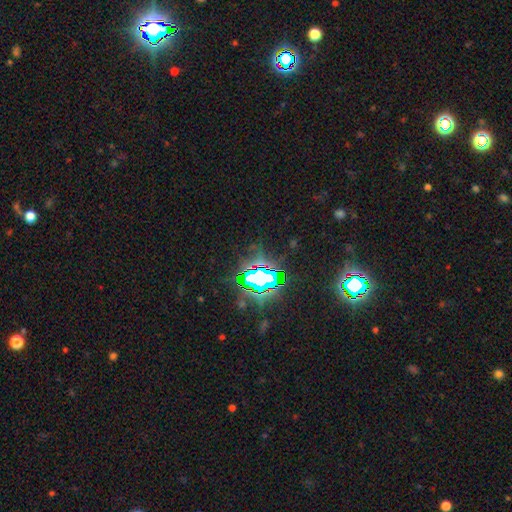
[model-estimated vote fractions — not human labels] A star or artifact, not a galaxy (84%).